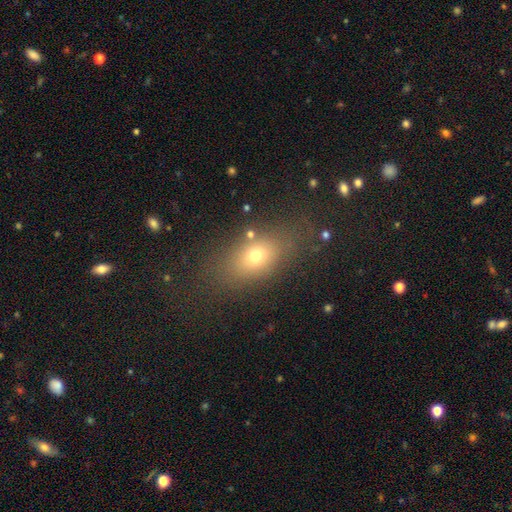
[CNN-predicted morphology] Smooth or featured: smooth — 67% (star or artifact — 17%)
How rounded: in between — 72% (round — 19%)
Merging: none — 79% (minor disturbance — 12%)